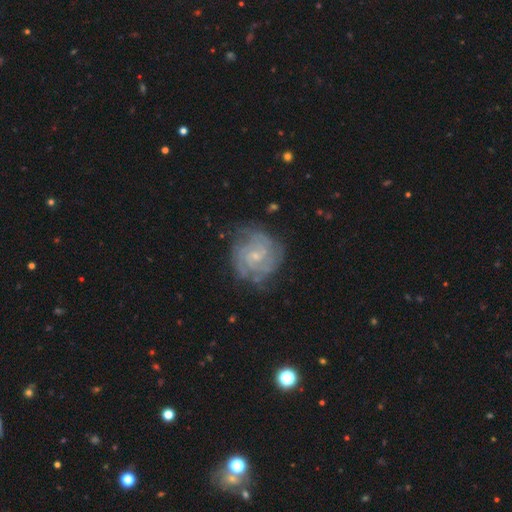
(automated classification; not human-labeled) This appears to be a featured or disk galaxy (84%) with no bar (58%), tight (69%) spiral arms (95%) and a small central bulge (72%). Merging: none (73%).